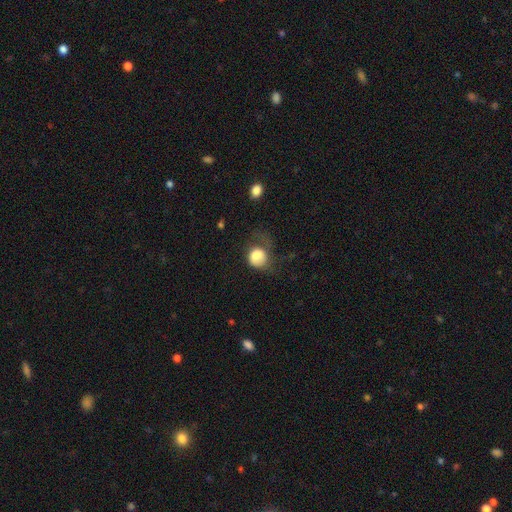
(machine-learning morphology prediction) Smooth or featured? Predicted: smooth (p=0.78). How rounded? Predicted: round (p=0.65). Merging? Predicted: major disturbance (p=0.43).